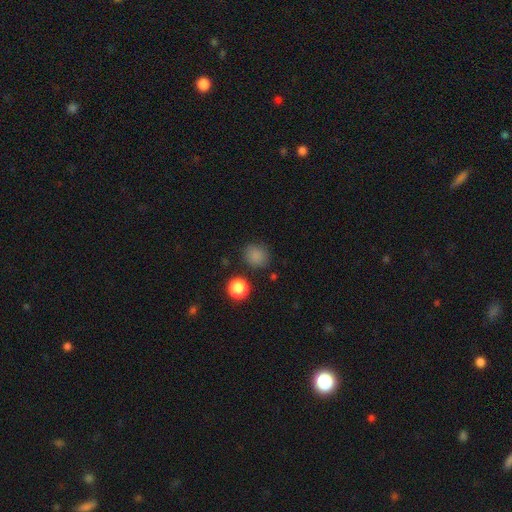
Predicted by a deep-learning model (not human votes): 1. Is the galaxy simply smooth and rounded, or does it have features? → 82% smooth, 14% star or artifact, 4% featured or disk.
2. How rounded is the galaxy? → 81% round, 18% in between, 1% cigar-shaped.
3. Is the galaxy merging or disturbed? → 81% none, 12% minor disturbance, 4% major disturbance, 3% merger.